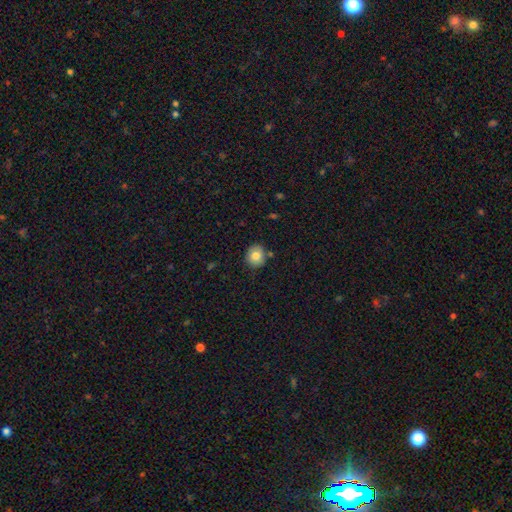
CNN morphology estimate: smooth 81%, featured or disk 10%, star or artifact 9%. Down the decision tree: how rounded — round (78%); merging — none (82%).